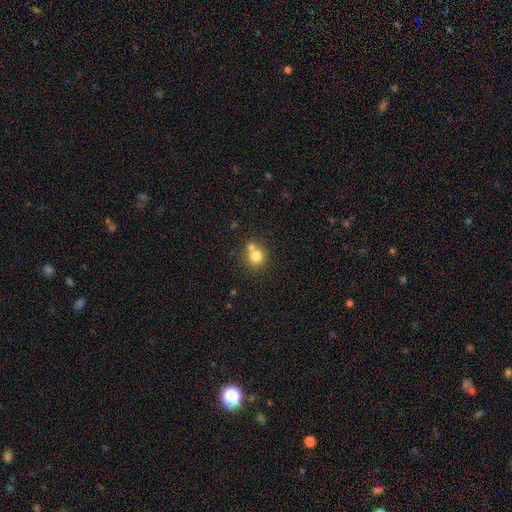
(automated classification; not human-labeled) A smooth galaxy with no disk features (78%) that is round (87%).

Vote fractions:
- Smooth or featured? smooth: 78% / star or artifact: 12% / featured or disk: 10%
- How rounded? round: 87% / in between: 12% / cigar-shaped: 1%
- Merging? none: 53% / merger: 36% / minor disturbance: 8% / major disturbance: 3%